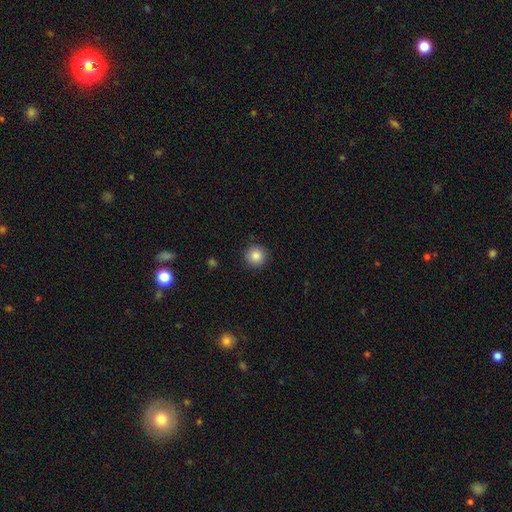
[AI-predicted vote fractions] The model was most divided on "smooth or featured": smooth: 85%, star or artifact: 10%, featured or disk: 5%. More confident: how rounded — round (95%); merging — none (91%).